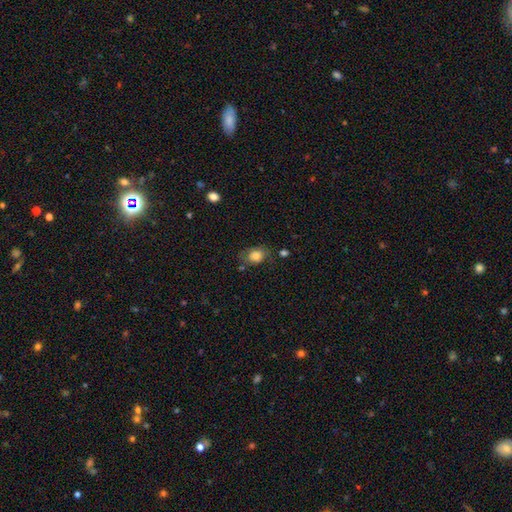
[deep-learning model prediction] Overall: smooth (78%). How rounded: in between (62%; round 36%). Merging: none (60%; minor disturbance 25%).